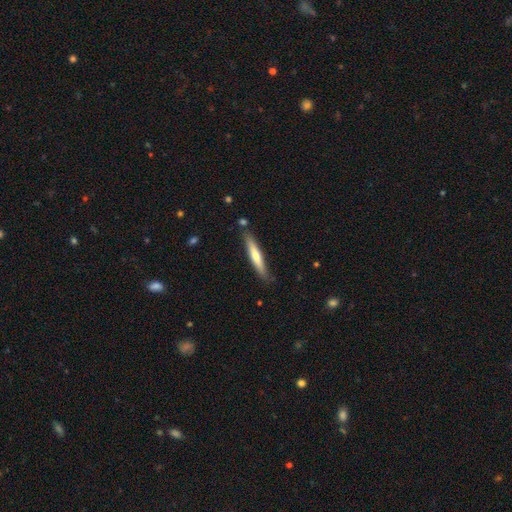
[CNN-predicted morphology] A smooth galaxy with no disk features (57%) that is cigar-shaped (92%).

Vote fractions:
- Smooth or featured? smooth: 57% / featured or disk: 38% / star or artifact: 5%
- How rounded? cigar-shaped: 92% / in between: 7% / round: 1%
- Merging? none: 83% / minor disturbance: 12% / merger: 3% / major disturbance: 2%